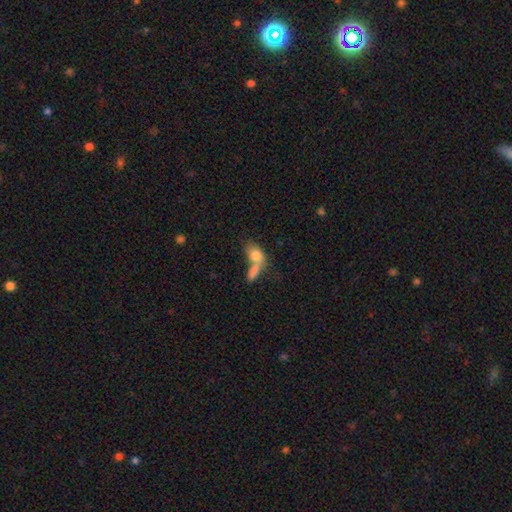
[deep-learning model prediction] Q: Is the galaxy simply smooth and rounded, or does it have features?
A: smooth — 77%.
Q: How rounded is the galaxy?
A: in between — 75%.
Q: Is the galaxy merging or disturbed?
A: merger — 64%.